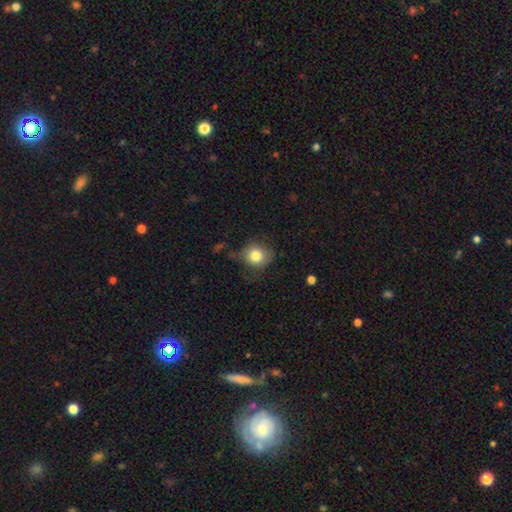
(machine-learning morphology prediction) This is clearly a smooth galaxy (81%). How rounded: clearly round (81%). Merging: likely none (70%).